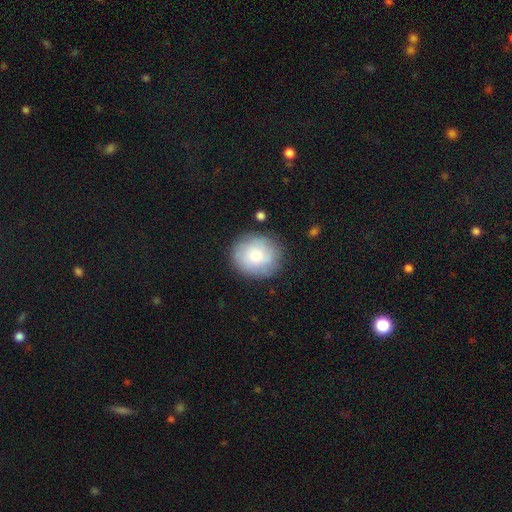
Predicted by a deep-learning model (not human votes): Q: Smooth or featured?
A: smooth (75%); runner-up: featured or disk (18%)
Q: How rounded?
A: round (74%); runner-up: in between (25%)
Q: Merging?
A: none (80%); runner-up: minor disturbance (13%)